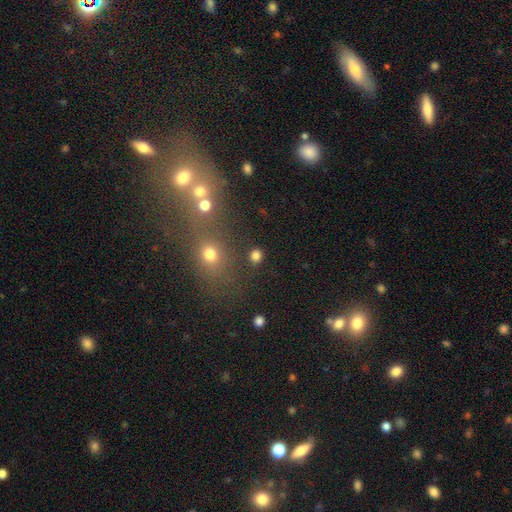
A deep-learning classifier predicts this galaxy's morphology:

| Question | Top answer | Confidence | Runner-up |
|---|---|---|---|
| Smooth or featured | smooth | 80% | star or artifact (15%) |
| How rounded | round | 78% | in between (21%) |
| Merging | none | 83% | minor disturbance (7%) |